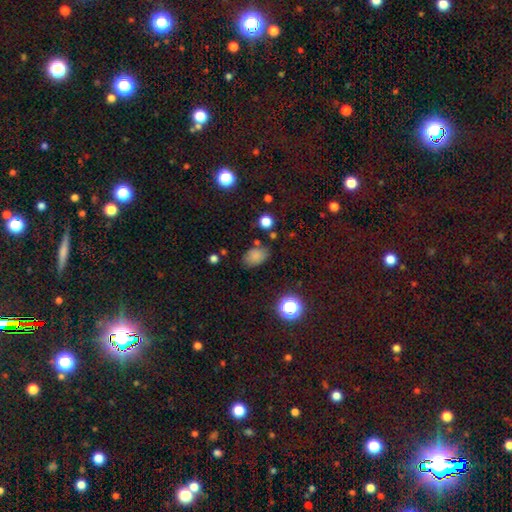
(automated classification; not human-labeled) Smooth or featured: smooth — 78% (star or artifact — 15%)
How rounded: in between — 82% (round — 16%)
Merging: none — 75% (minor disturbance — 17%)